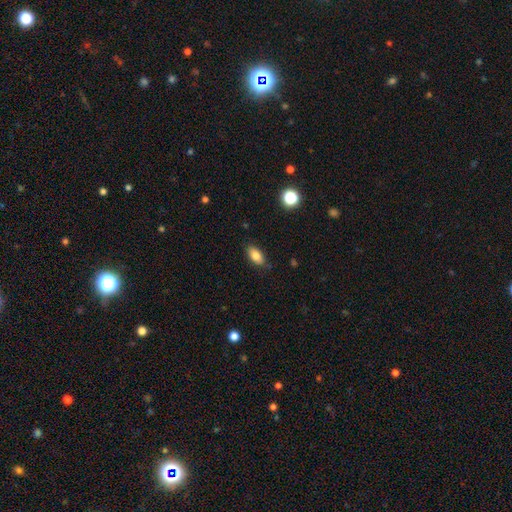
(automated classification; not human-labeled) The model was most divided on "merging": none: 82%, minor disturbance: 13%, major disturbance: 3%, merger: 1%. More confident: how rounded — in between (89%); smooth or featured — smooth (83%).